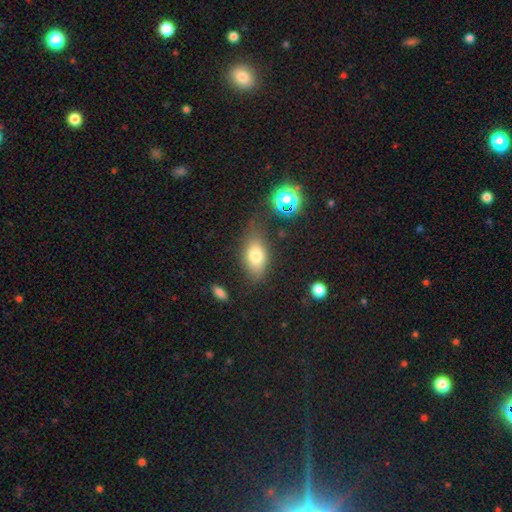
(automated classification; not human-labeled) Smooth or featured? Predicted: smooth (p=0.77). How rounded? Predicted: in between (p=0.85). Merging? Predicted: none (p=0.69).